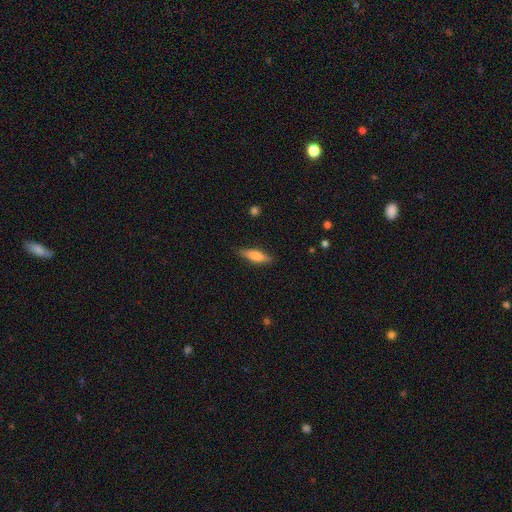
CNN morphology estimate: smooth 72%, featured or disk 22%, star or artifact 6%. Down the decision tree: how rounded — cigar-shaped (58%); merging — none (86%).